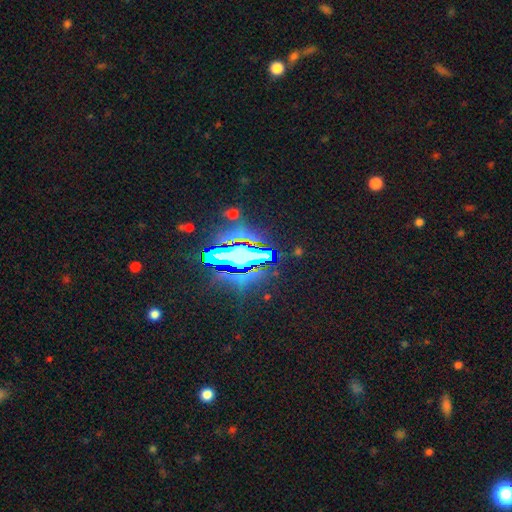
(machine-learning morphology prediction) This is likely a star or artifact rather than a galaxy (74%).